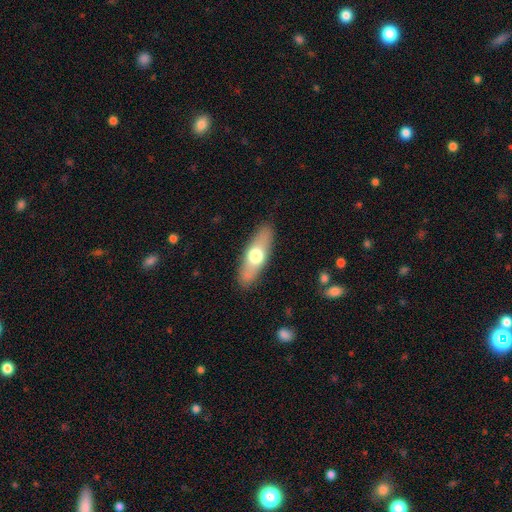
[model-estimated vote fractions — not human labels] A smooth galaxy with no disk features (57%) that is in between round and cigar-shaped (54%). Merging: none (88%).